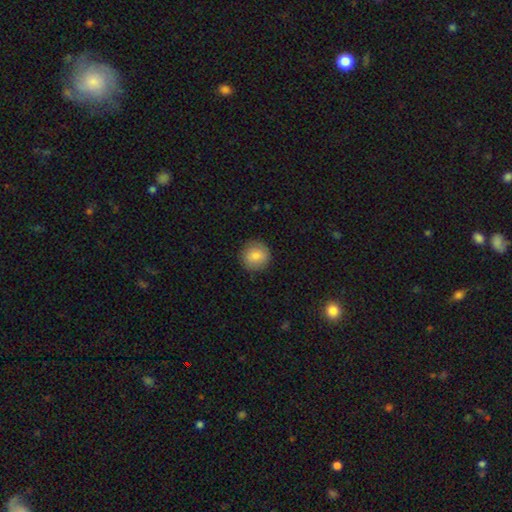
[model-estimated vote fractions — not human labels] Overall: smooth (84%). How rounded: round (91%). Merging: none (88%).